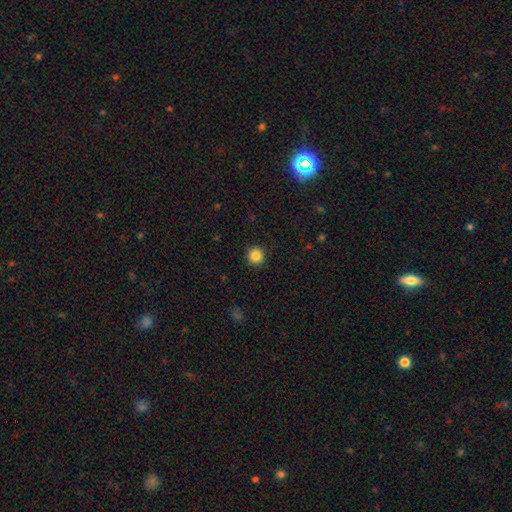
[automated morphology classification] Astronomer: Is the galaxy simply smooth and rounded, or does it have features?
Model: smooth — 86%.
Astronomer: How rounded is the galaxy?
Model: round — 94%.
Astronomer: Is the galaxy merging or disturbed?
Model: none — 91%.